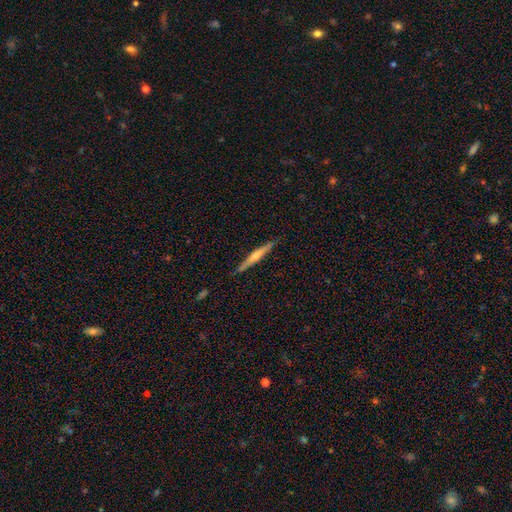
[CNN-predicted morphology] This appears to be a featured or disk galaxy (74%) viewed edge-on (98%) with a rounded central bulge (79%). Merging: none (91%).